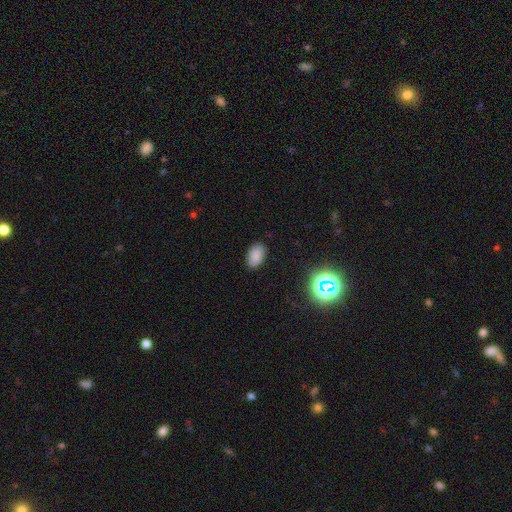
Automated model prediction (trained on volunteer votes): Q: Smooth or featured?
A: smooth (83%); runner-up: star or artifact (12%)
Q: How rounded?
A: in between (92%); runner-up: round (7%)
Q: Merging?
A: none (86%); runner-up: minor disturbance (11%)